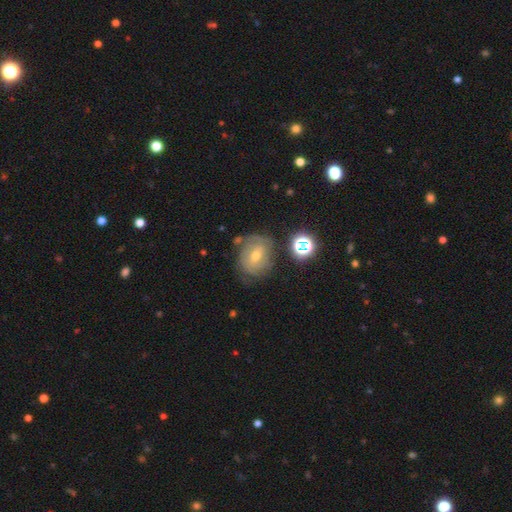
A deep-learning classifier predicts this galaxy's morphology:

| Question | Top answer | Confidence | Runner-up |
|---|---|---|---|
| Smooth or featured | featured or disk | 61% | smooth (26%) |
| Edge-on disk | no | 96% | yes (4%) |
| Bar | no | 47% | weak (43%) |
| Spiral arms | yes | 81% | no (19%) |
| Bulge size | moderate | 58% | small (38%) |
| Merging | none | 65% | minor disturbance (21%) |